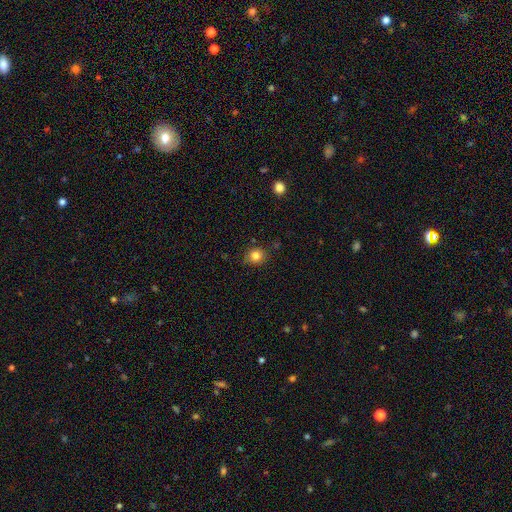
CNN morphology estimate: Smooth or featured: smooth — 83% (star or artifact — 12%)
How rounded: round — 88% (in between — 11%)
Merging: none — 84% (minor disturbance — 12%)